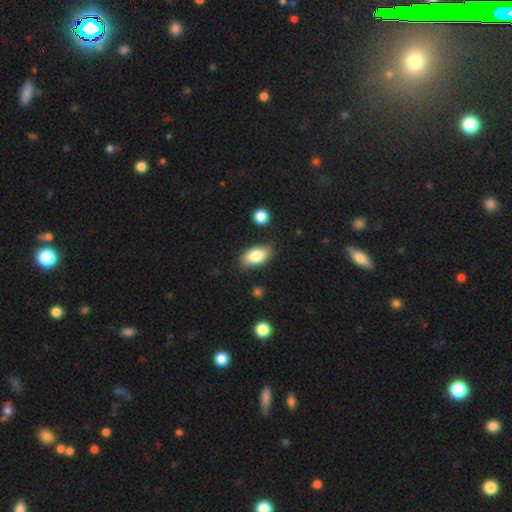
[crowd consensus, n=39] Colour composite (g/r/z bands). It shows a smooth galaxy with no disk features (79%) that is in between round and cigar-shaped (97%). Merging: none (89%).